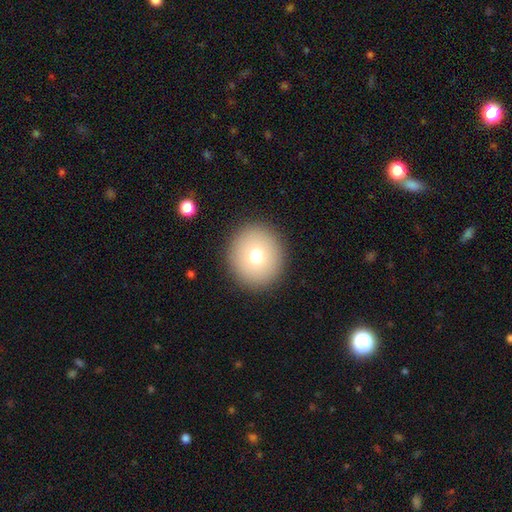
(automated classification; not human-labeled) A smooth galaxy with no disk features (72%) that is round (89%).

Vote fractions:
- Smooth or featured? smooth: 72% / featured or disk: 15% / star or artifact: 12%
- How rounded? round: 89% / in between: 10% / cigar-shaped: 1%
- Merging? none: 91% / minor disturbance: 5% / major disturbance: 2% / merger: 1%